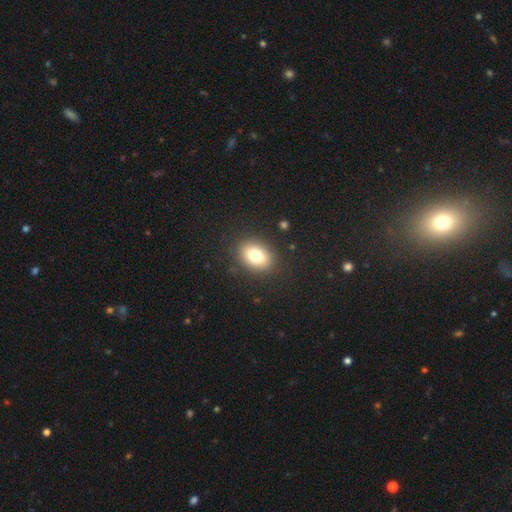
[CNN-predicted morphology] This appears to be a smooth galaxy with no disk features (78%) that is in between round and cigar-shaped (73%). Merging: none (87%).